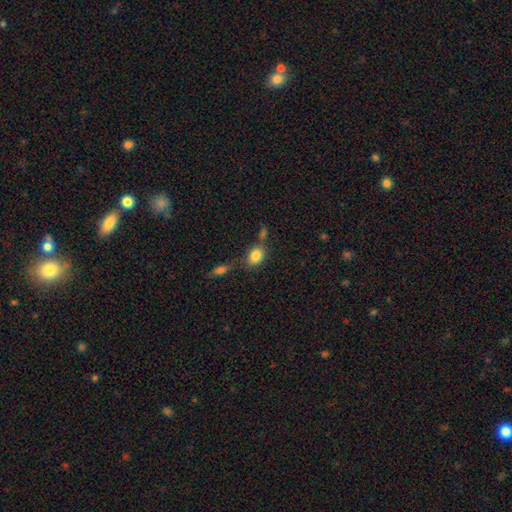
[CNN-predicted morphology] A smooth galaxy with no disk features (83%) that is in between round and cigar-shaped (65%).

Vote fractions:
- Smooth or featured? smooth: 83% / star or artifact: 9% / featured or disk: 8%
- How rounded? in between: 65% / round: 33% / cigar-shaped: 2%
- Merging? none: 58% / merger: 20% / minor disturbance: 16% / major disturbance: 6%